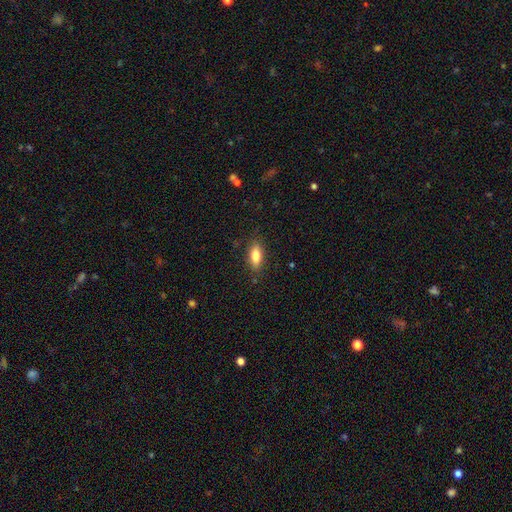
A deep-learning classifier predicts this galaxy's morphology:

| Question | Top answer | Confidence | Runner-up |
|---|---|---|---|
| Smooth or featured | smooth | 82% | featured or disk (11%) |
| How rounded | in between | 81% | cigar-shaped (17%) |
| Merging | none | 84% | minor disturbance (12%) |